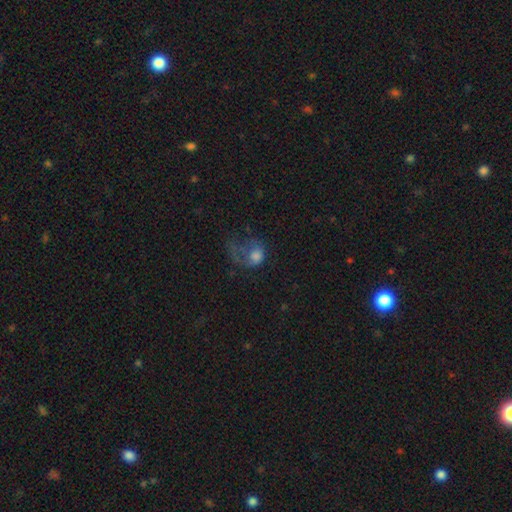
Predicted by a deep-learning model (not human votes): Smooth or featured: smooth — 58% (featured or disk — 30%)
How rounded: round — 52% (in between — 47%)
Merging: major disturbance — 63% (none — 18%)